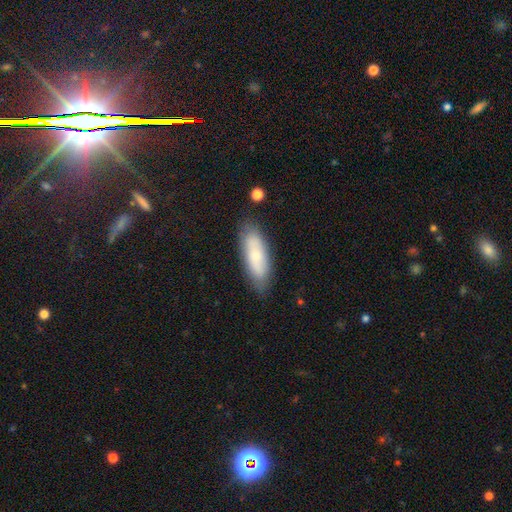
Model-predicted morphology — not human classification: Smooth or featured? Predicted: smooth (p=0.70). How rounded? Predicted: in between (p=0.67). Merging? Predicted: none (p=0.77).